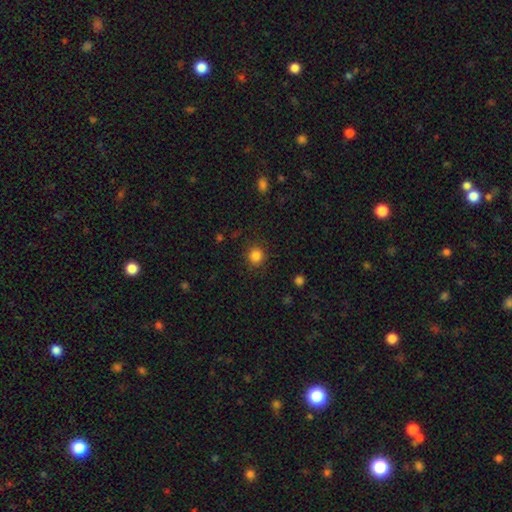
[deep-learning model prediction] Q: Smooth or featured?
A: smooth (85%); runner-up: star or artifact (11%)
Q: How rounded?
A: round (91%); runner-up: in between (8%)
Q: Merging?
A: none (88%); runner-up: minor disturbance (8%)